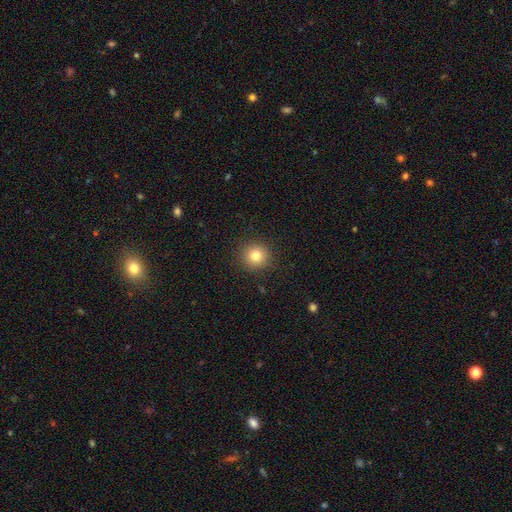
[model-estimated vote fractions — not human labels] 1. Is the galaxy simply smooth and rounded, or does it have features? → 81% smooth, 12% star or artifact, 7% featured or disk.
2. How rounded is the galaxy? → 93% round, 6% in between, 1% cigar-shaped.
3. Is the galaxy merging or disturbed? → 91% none, 6% minor disturbance, 2% major disturbance, 1% merger.